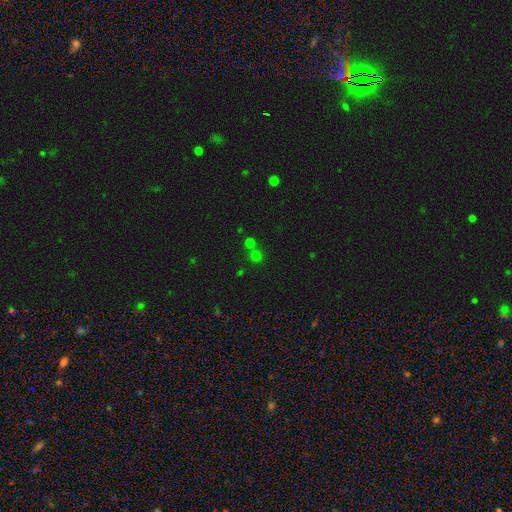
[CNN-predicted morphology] smooth-or-featured: smooth: 61% | star or artifact: 33% | featured or disk: 6%
  how-rounded: round: 91% | in between: 8% | cigar-shaped: 1%
  merging: none: 68% | merger: 23% | minor disturbance: 6% | major disturbance: 3%